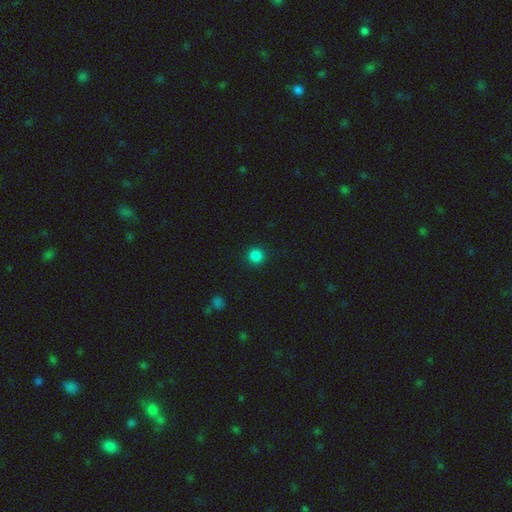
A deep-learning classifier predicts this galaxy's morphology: A smooth galaxy with no disk features (85%) that is round (94%). Merging: none (92%).